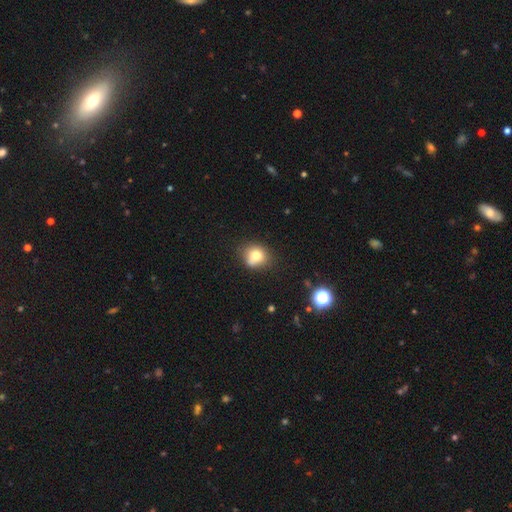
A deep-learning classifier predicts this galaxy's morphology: Smooth or featured?
  - smooth: 75% *
  - featured or disk: 13%
  - star or artifact: 12%
How rounded?
  - round: 74% *
  - in between: 25%
  - cigar-shaped: 1%
Merging?
  - none: 62% *
  - minor disturbance: 21%
  - merger: 11%
  - major disturbance: 6%